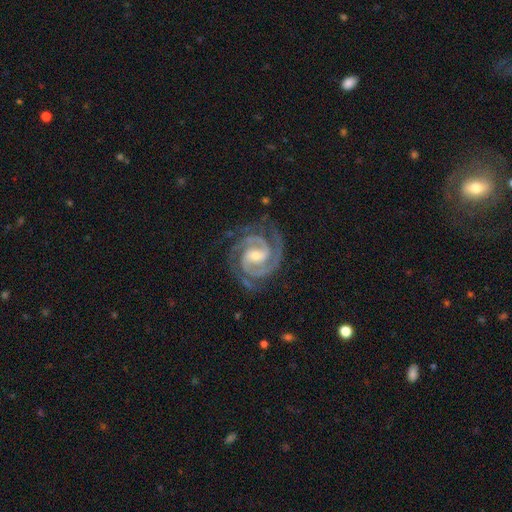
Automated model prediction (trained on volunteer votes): Smooth or featured? featured or disk (94%)
Edge-on disk? no (98%)
Bar? weak (44%)
Spiral arms? yes (99%)
Spiral winding? tight (68%)
Spiral arm count? 2 (76%)
Bulge size? small (52%)
Merging? none (78%)